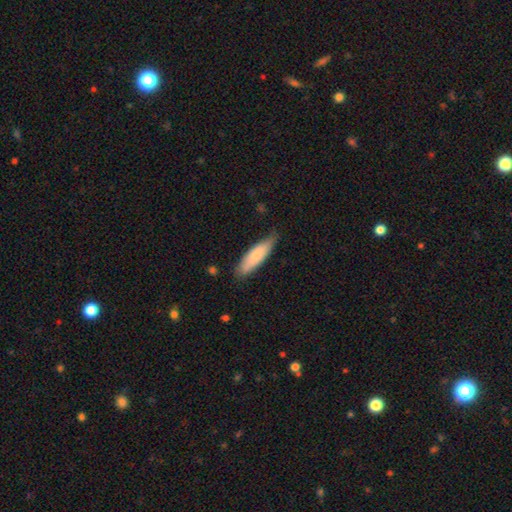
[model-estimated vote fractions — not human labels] Smooth or featured: smooth — 75% (featured or disk — 20%)
How rounded: cigar-shaped — 54% (in between — 44%)
Merging: none — 72% (minor disturbance — 23%)